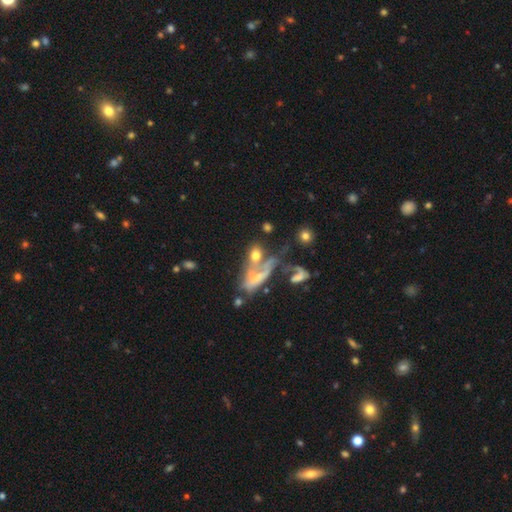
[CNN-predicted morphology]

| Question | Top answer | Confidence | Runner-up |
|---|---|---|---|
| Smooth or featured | smooth | 51% | featured or disk (33%) |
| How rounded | in between | 66% | round (25%) |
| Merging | merger | 48% | major disturbance (22%) |